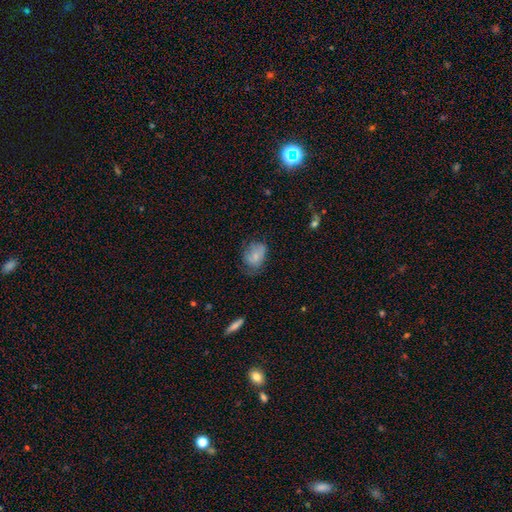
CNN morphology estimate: This is likely a smooth galaxy (70%). How rounded: likely in between (67%). Merging: marginally none (44%).